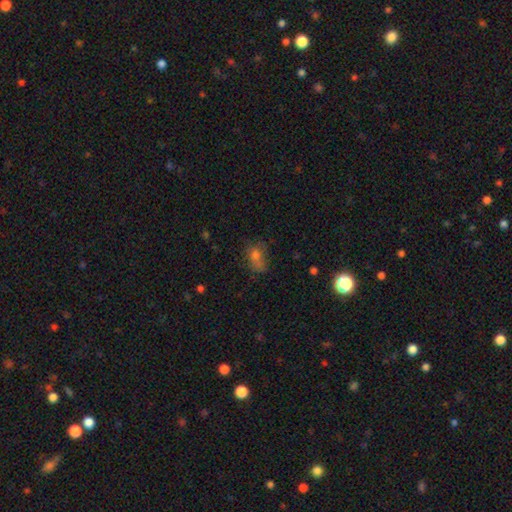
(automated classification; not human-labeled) smooth_or_featured: smooth (p=0.65) [alt: star or artifact p=0.21]
how_rounded: in between (p=0.58) [alt: round p=0.40]
merging: none (p=0.49) [alt: minor disturbance p=0.27]